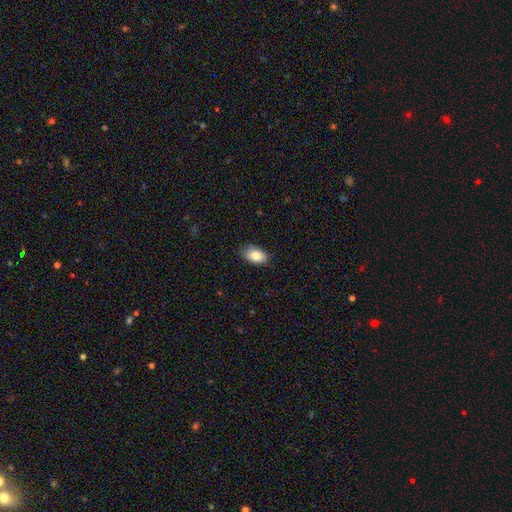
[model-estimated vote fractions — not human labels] Smooth or featured? smooth (84%)
How rounded? in between (90%)
Merging? none (84%)